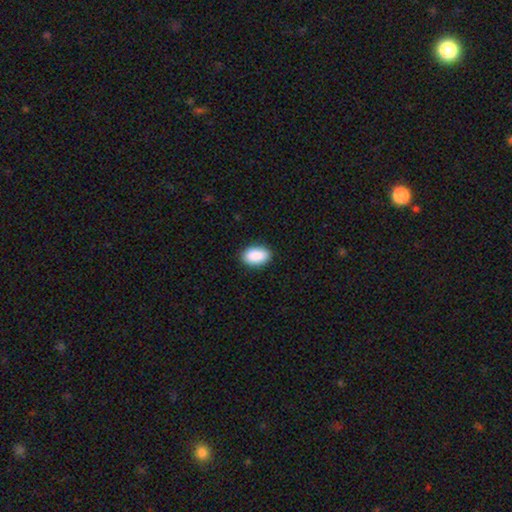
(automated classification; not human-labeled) This is clearly a smooth galaxy (91%). How rounded: clearly in between (92%). Merging: clearly none (89%).